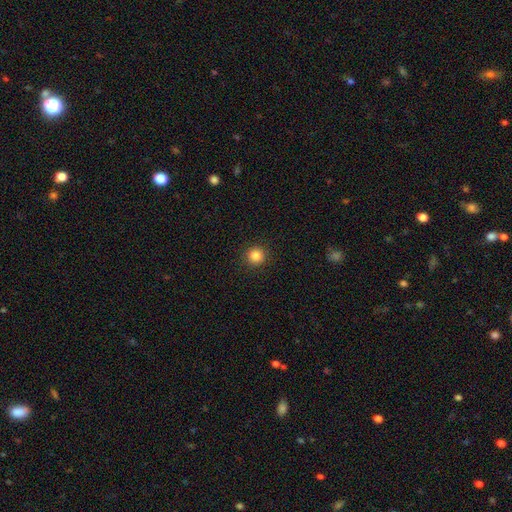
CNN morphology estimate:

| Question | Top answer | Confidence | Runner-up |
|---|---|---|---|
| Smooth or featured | smooth | 84% | star or artifact (11%) |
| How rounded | round | 93% | in between (6%) |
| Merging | none | 92% | minor disturbance (5%) |